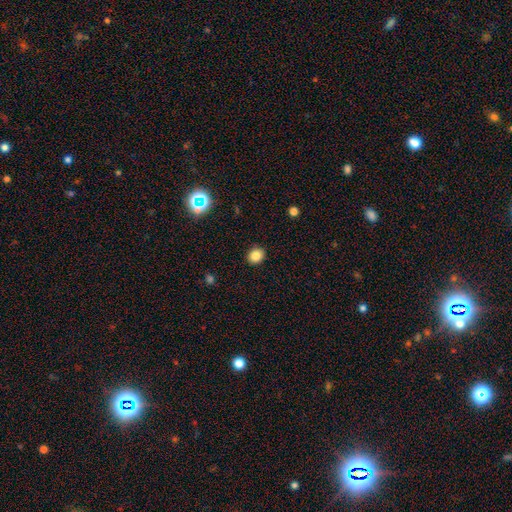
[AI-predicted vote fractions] The model was most divided on "how rounded": round: 72%, in between: 27%, cigar-shaped: 1%. More confident: merging — none (91%); smooth or featured — smooth (82%).